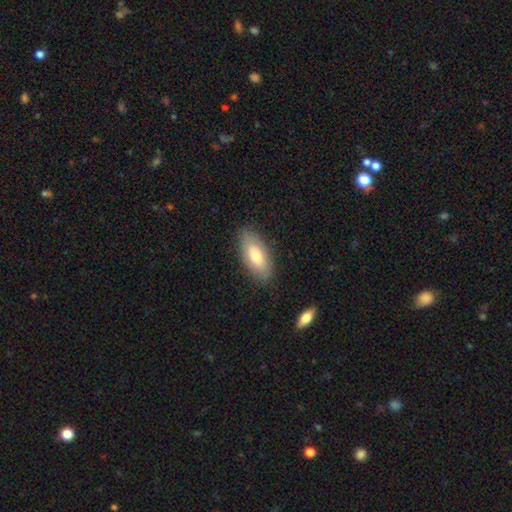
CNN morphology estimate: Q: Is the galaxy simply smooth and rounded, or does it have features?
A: smooth — 74%.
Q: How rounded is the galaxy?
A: in between — 85%.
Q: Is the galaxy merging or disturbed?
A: none — 84%.